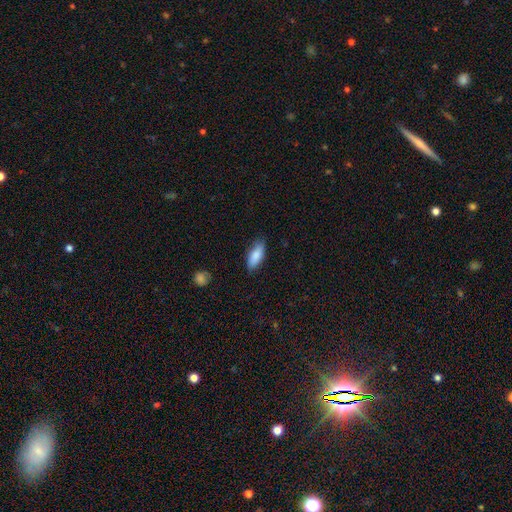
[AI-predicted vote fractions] A smooth galaxy with no disk features (84%) that is in between round and cigar-shaped (73%). Merging: none (81%).